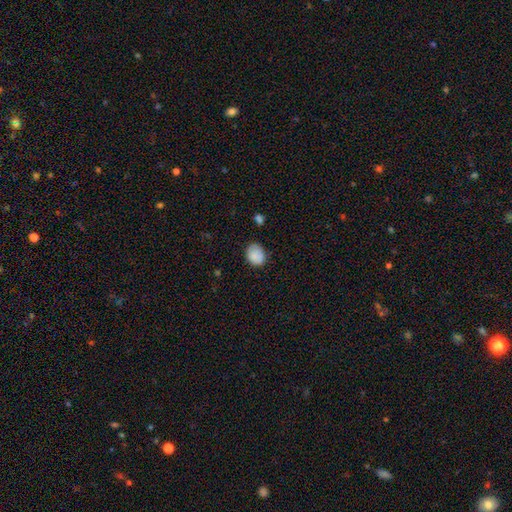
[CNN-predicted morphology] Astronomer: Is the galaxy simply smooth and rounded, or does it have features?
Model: smooth — 87%.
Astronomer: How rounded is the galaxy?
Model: in between — 51% (runner-up: round, 48%).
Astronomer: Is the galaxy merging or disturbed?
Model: none — 75%.